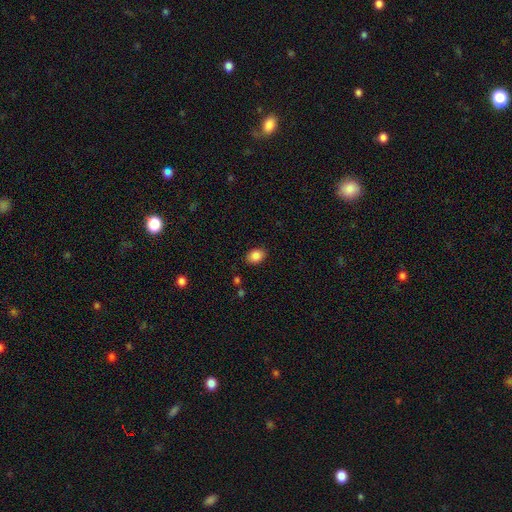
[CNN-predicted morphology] Smooth or featured? smooth (87%)
How rounded? in between (76%)
Merging? none (87%)